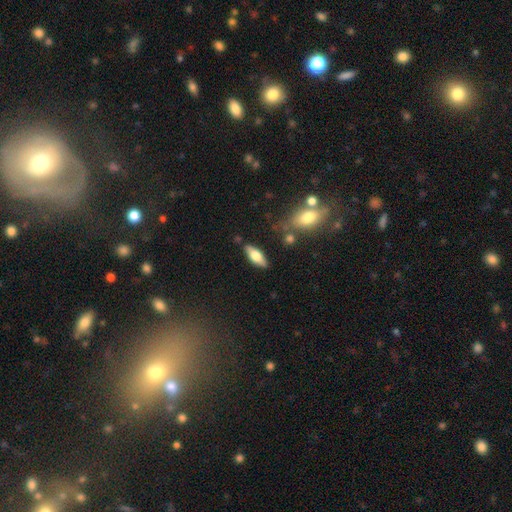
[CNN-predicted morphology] smooth 56%, featured or disk 38%, star or artifact 7%. Down the decision tree: how rounded — in between (65%); merging — none (82%).